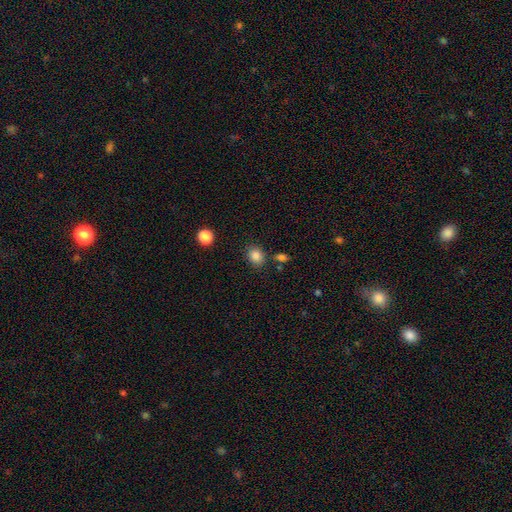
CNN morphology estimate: A smooth galaxy with no disk features (85%) that is round (50%).

Vote fractions:
- Smooth or featured? smooth: 85% / star or artifact: 10% / featured or disk: 5%
- How rounded? round: 50% / in between: 49% / cigar-shaped: 1%
- Merging? none: 81% / minor disturbance: 11% / merger: 5% / major disturbance: 3%